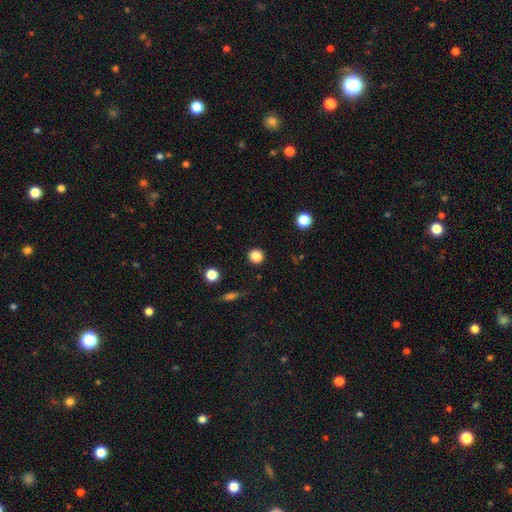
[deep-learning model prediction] smooth-or-featured: smooth: 85% | star or artifact: 11% | featured or disk: 3%
  how-rounded: round: 92% | in between: 7% | cigar-shaped: 1%
  merging: none: 91% | minor disturbance: 6% | major disturbance: 2% | merger: 1%